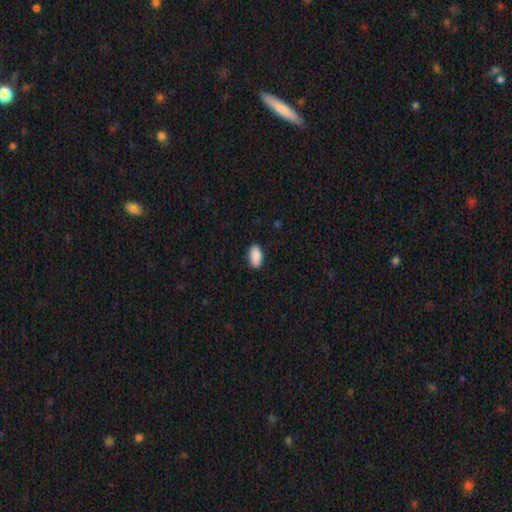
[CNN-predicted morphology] A smooth galaxy with no disk features (90%) that is in between round and cigar-shaped (93%). Merging: none (88%).